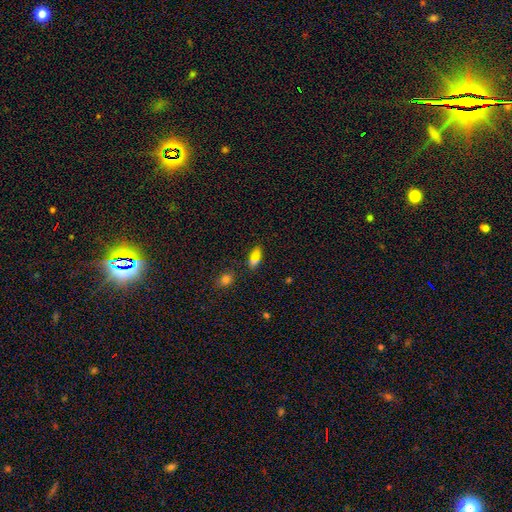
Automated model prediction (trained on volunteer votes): Q: Smooth or featured?
A: smooth (72%); runner-up: star or artifact (16%)
Q: How rounded?
A: in between (77%); runner-up: cigar-shaped (13%)
Q: Merging?
A: none (49%); runner-up: merger (34%)